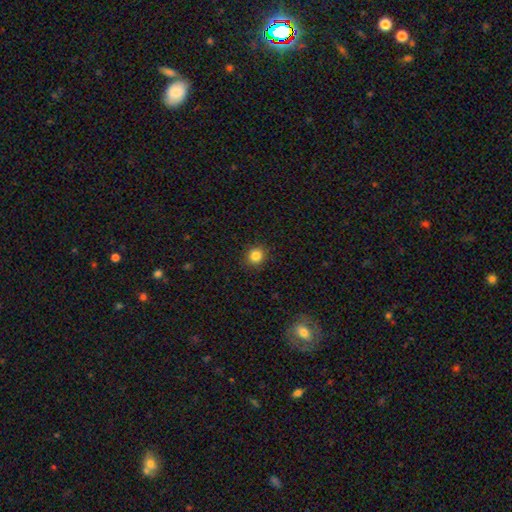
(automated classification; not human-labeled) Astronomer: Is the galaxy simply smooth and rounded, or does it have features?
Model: smooth — 84%.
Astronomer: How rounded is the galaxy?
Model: round — 91%.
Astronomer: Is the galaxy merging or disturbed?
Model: none — 91%.